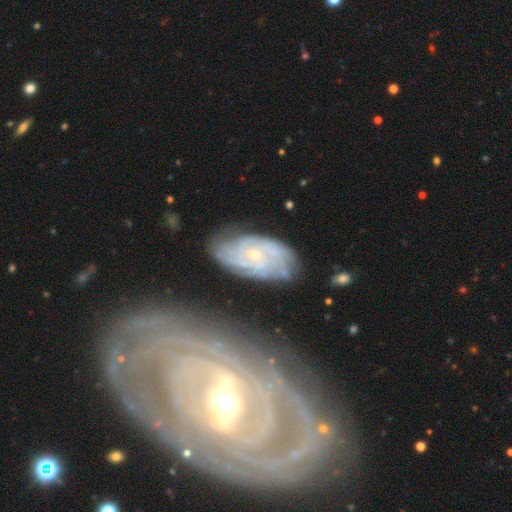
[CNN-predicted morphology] Smooth or featured?
  - featured or disk: 78% *
  - smooth: 15%
  - star or artifact: 7%
Edge-on disk?
  - no: 94% *
  - yes: 6%
Bar?
  - no: 72% *
  - weak: 23%
  - strong: 5%
Spiral arms?
  - yes: 91% *
  - no: 9%
Spiral winding?
  - tight: 67% *
  - medium: 26%
  - loose: 8%
Spiral arm count?
  - can't tell: 46% *
  - 2: 14%
  - 4: 14%
  - 3: 14%
  - more than 4: 8%
  - 1: 5%
Bulge size?
  - small: 78% *
  - moderate: 17%
  - none: 3%
  - large: 1%
  - dominant: 1%
Merging?
  - none: 70% *
  - minor disturbance: 19%
  - major disturbance: 6%
  - merger: 4%